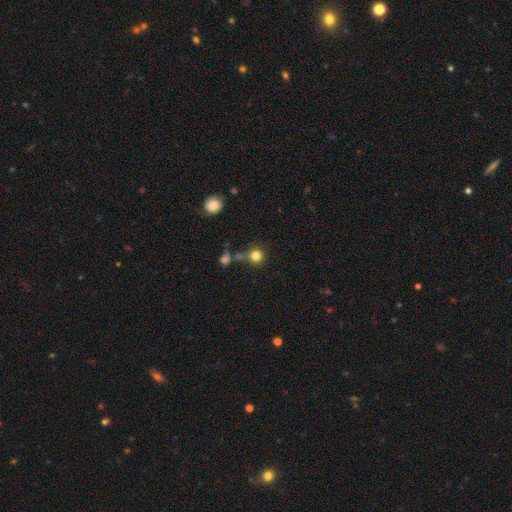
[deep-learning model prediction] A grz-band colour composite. It shows a smooth galaxy with no disk features (81%) that is round (92%). Merging: none (68%).